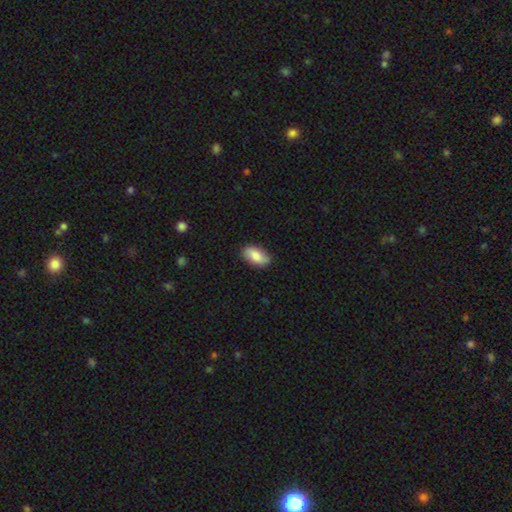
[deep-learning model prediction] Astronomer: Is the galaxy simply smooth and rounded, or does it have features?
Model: smooth — 82%.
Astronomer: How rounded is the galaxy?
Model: in between — 93%.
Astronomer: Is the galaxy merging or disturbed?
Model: none — 84%.